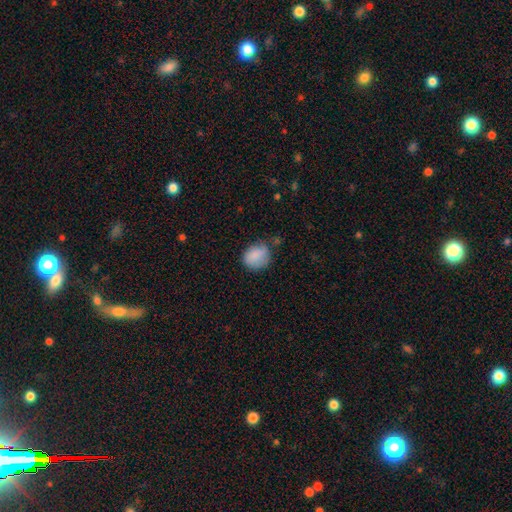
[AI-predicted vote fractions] A smooth galaxy with no disk features (84%) that is round (56%). Merging: none (58%).